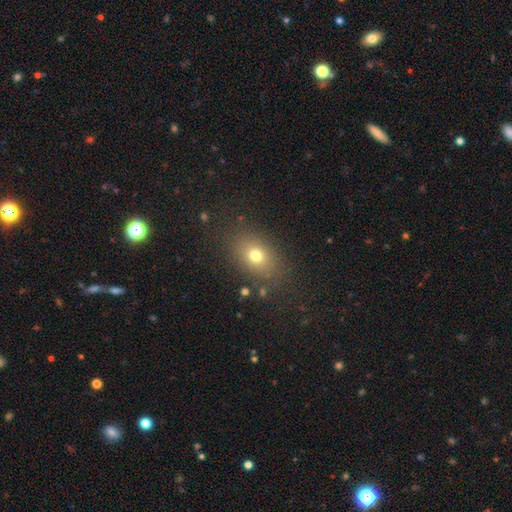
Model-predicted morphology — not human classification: smooth_or_featured: smooth (p=0.73) [alt: star or artifact p=0.15]
how_rounded: in between (p=0.65) [alt: round p=0.33]
merging: none (p=0.81) [alt: minor disturbance p=0.11]